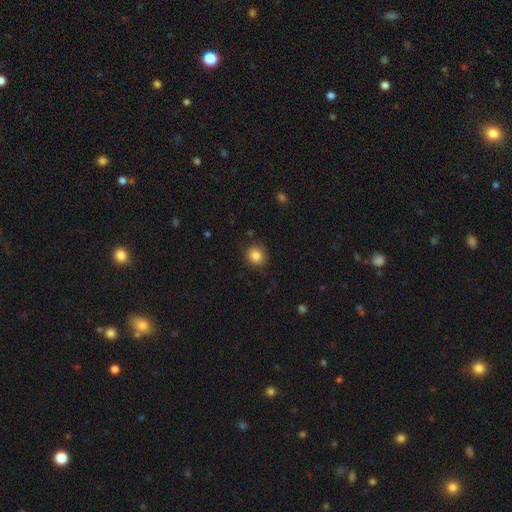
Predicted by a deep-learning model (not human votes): smooth-or-featured: smooth: 84% | star or artifact: 10% | featured or disk: 6%
  how-rounded: round: 84% | in between: 15% | cigar-shaped: 1%
  merging: none: 86% | minor disturbance: 10% | major disturbance: 3% | merger: 1%